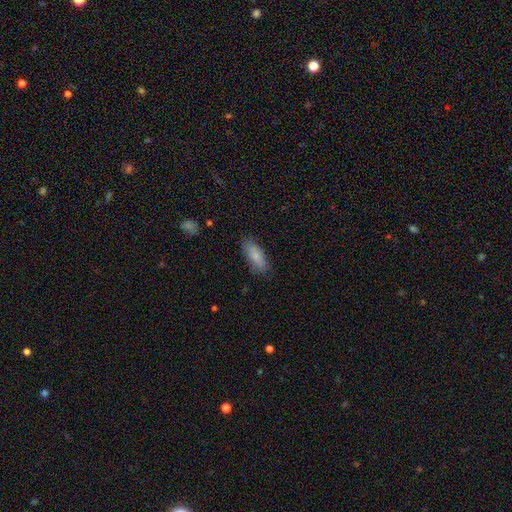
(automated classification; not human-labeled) A smooth galaxy with no disk features (83%) that is in between round and cigar-shaped (72%). Merging: none (82%).